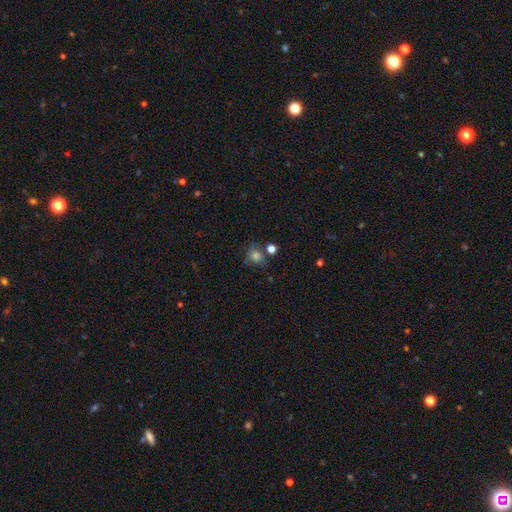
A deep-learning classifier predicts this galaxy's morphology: type=smooth (76%); roundness=round (75%); merging=none (60%).